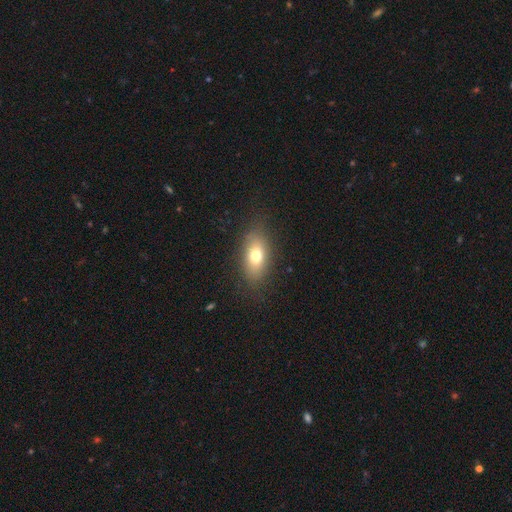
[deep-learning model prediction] This is likely a smooth galaxy (72%). How rounded: clearly in between (84%). Merging: clearly none (82%).